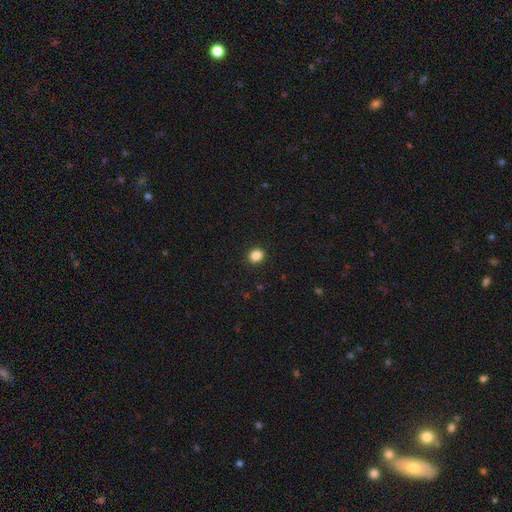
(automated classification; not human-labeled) A smooth galaxy with no disk features (86%) that is round (63%).

Vote fractions:
- Smooth or featured? smooth: 86% / star or artifact: 11% / featured or disk: 3%
- How rounded? round: 63% / in between: 36% / cigar-shaped: 1%
- Merging? none: 90% / minor disturbance: 7% / major disturbance: 2% / merger: 1%